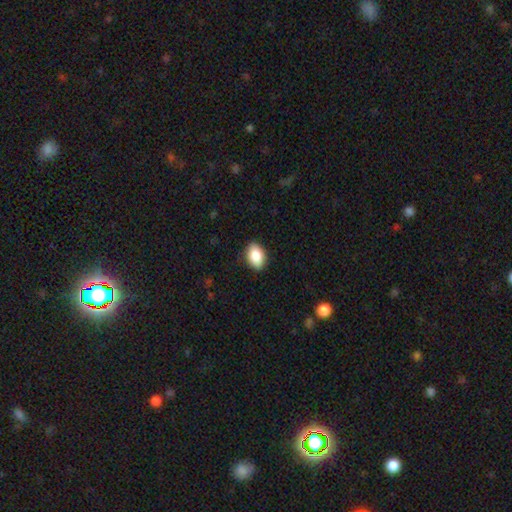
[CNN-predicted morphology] smooth 86%, star or artifact 7%, featured or disk 7%. Down the decision tree: how rounded — in between (87%); merging — none (88%).